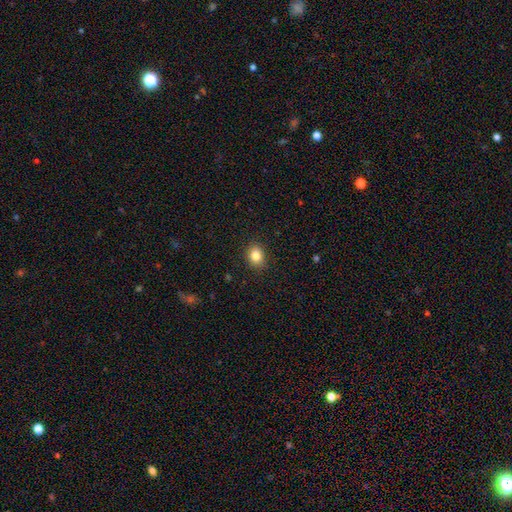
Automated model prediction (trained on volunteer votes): The model was most divided on "how rounded": round: 50%, in between: 49%, cigar-shaped: 1%. More confident: merging — none (88%); smooth or featured — smooth (83%).